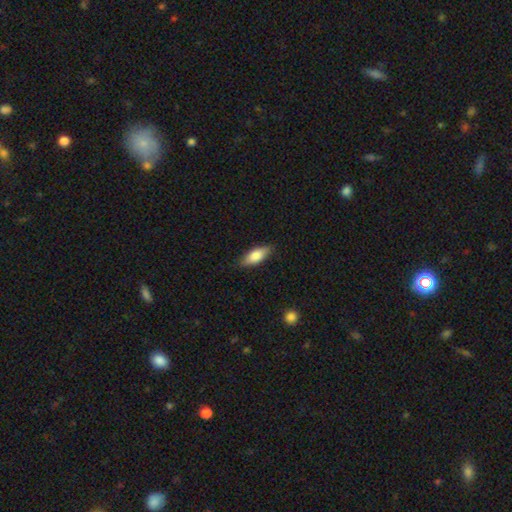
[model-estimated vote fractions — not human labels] This appears to be a smooth galaxy with no disk features (76%) that is in between round and cigar-shaped (75%). Merging: none (84%).